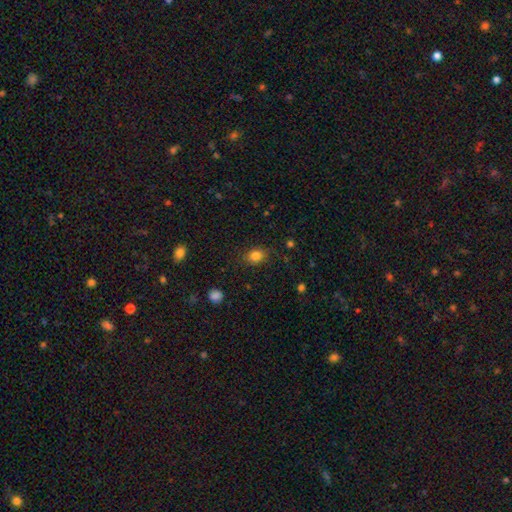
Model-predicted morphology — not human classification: Smooth or featured? Predicted: smooth (p=0.82). How rounded? Predicted: in between (p=0.50). Merging? Predicted: none (p=0.81).